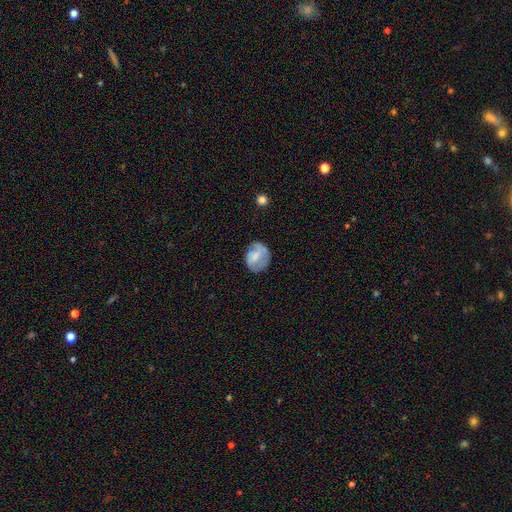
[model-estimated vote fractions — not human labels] A smooth galaxy with no disk features (57%) that is round (59%).

Vote fractions:
- Smooth or featured? smooth: 57% / featured or disk: 35% / star or artifact: 8%
- How rounded? round: 59% / in between: 40% / cigar-shaped: 1%
- Merging? none: 58% / minor disturbance: 27% / major disturbance: 13% / merger: 2%